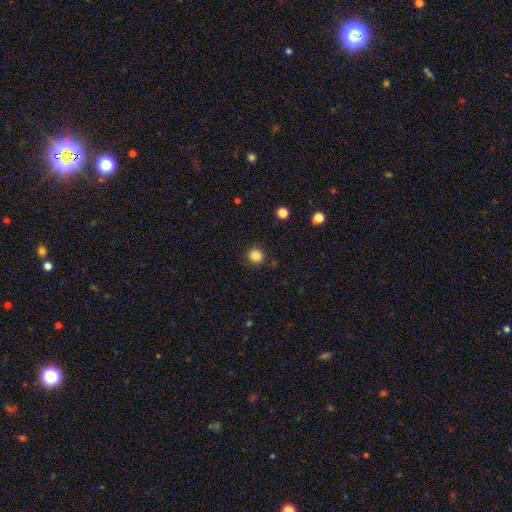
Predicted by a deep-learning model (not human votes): Overall: smooth (85%). How rounded: round (89%). Merging: none (89%).